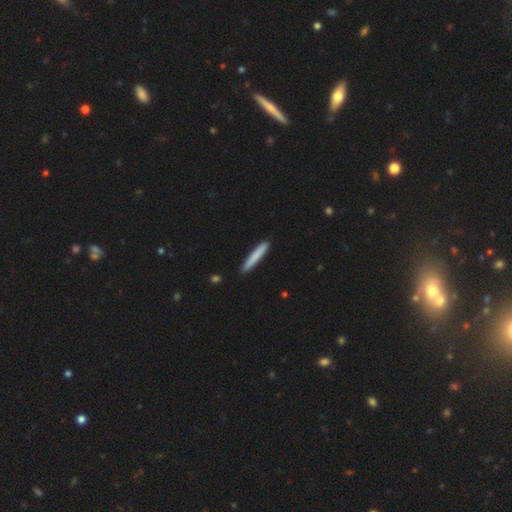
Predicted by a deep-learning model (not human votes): smooth_or_featured: smooth (p=0.80) [alt: featured or disk p=0.14]
how_rounded: cigar-shaped (p=0.95) [alt: in between p=0.04]
merging: none (p=0.90) [alt: minor disturbance p=0.07]